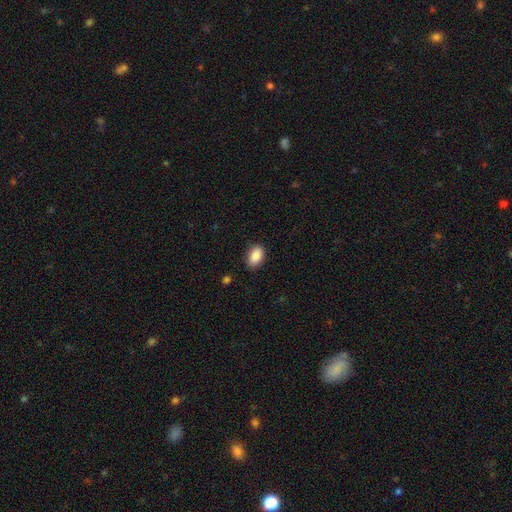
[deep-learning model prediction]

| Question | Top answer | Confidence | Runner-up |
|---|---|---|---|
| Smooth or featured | smooth | 89% | star or artifact (7%) |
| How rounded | in between | 91% | round (7%) |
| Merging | none | 86% | minor disturbance (10%) |